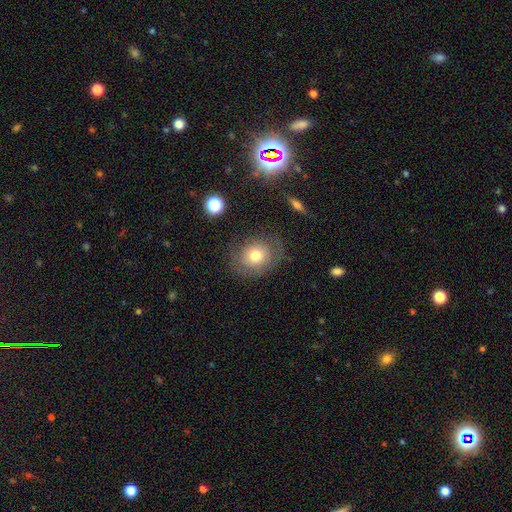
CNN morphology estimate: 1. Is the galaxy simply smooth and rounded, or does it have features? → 69% smooth, 20% featured or disk, 11% star or artifact.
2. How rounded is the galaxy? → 59% round, 40% in between, 1% cigar-shaped.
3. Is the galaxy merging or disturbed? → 74% none, 17% minor disturbance, 8% major disturbance, 2% merger.